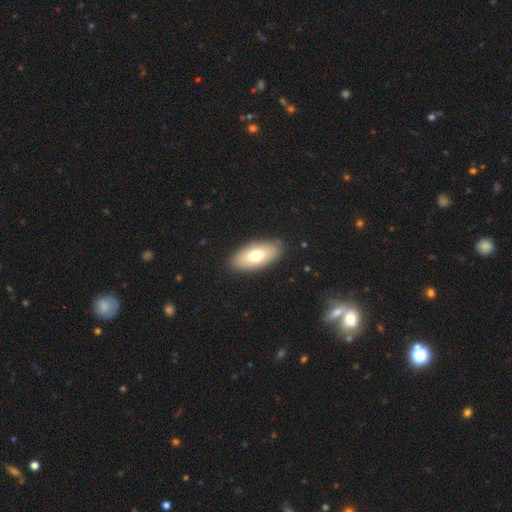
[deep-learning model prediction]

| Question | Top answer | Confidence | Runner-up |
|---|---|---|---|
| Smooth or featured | smooth | 71% | featured or disk (23%) |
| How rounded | in between | 90% | cigar-shaped (7%) |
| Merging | none | 87% | minor disturbance (9%) |